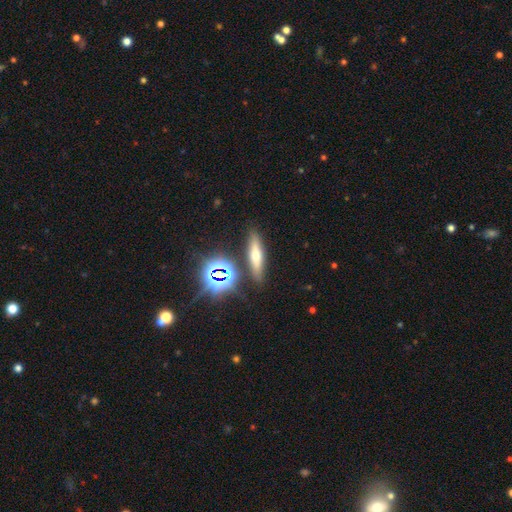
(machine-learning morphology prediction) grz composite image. It shows a smooth galaxy with no disk features (46%). Merging: none (85%).